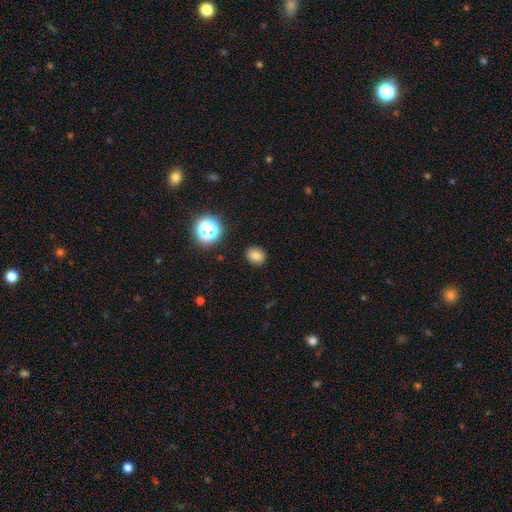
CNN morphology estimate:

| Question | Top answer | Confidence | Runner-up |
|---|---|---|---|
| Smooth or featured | smooth | 78% | star or artifact (16%) |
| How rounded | round | 65% | in between (34%) |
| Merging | none | 88% | minor disturbance (8%) |